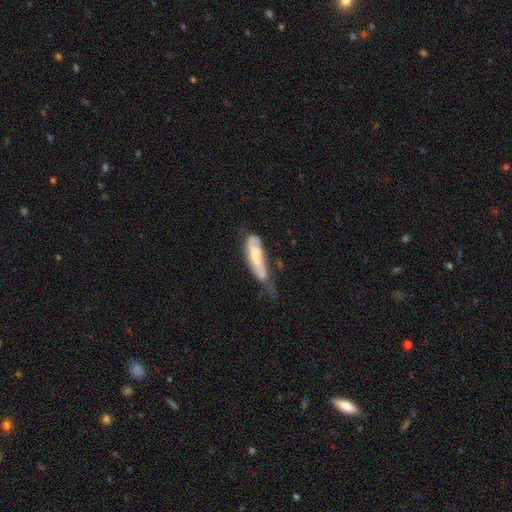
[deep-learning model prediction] This is possibly a smooth galaxy (59%). How rounded: likely cigar-shaped (62%). Merging: marginally major disturbance (37%).